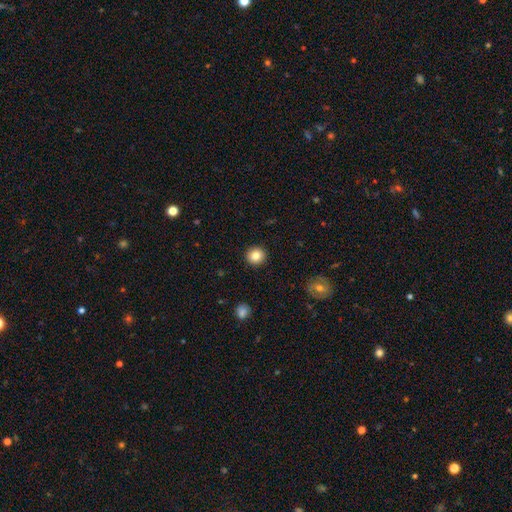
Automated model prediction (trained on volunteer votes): The model was most divided on "smooth or featured": smooth: 83%, star or artifact: 10%, featured or disk: 7%. More confident: how rounded — round (93%); merging — none (93%).